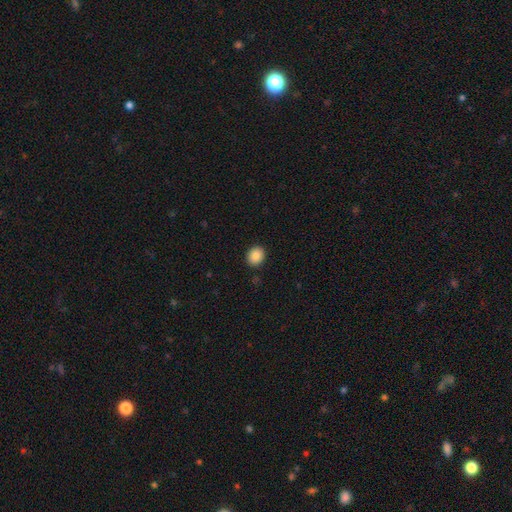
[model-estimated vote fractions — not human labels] Smooth or featured? smooth (88%)
How rounded? round (62%)
Merging? none (90%)